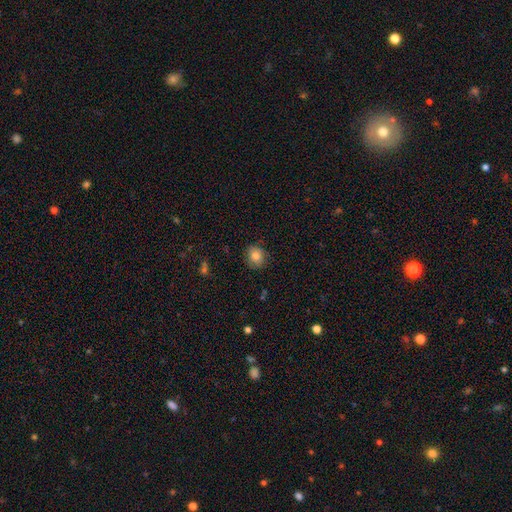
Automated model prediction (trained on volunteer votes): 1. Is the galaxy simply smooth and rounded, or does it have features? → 81% smooth, 10% star or artifact, 9% featured or disk.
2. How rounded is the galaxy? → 74% round, 25% in between, 1% cigar-shaped.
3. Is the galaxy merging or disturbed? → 82% none, 14% minor disturbance, 3% major disturbance, 1% merger.